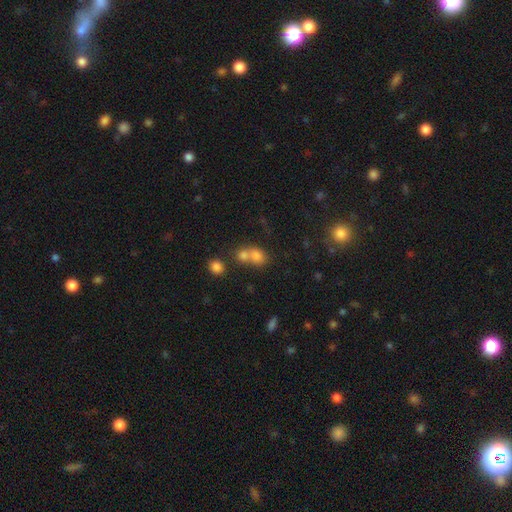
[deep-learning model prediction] Q: Smooth or featured?
A: smooth (76%); runner-up: star or artifact (13%)
Q: How rounded?
A: round (56%); runner-up: in between (42%)
Q: Merging?
A: merger (58%); runner-up: none (31%)